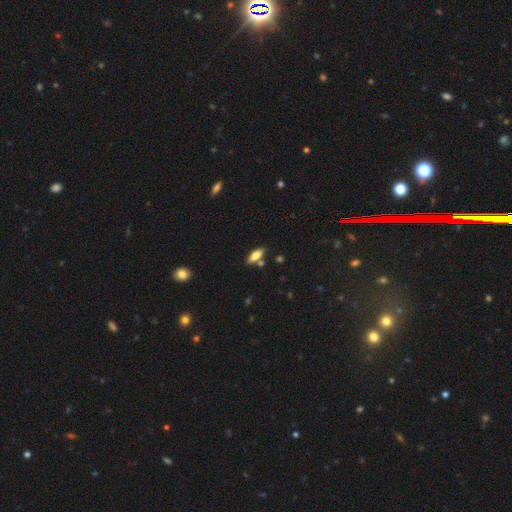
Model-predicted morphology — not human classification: A smooth galaxy with no disk features (76%) that is in between round and cigar-shaped (72%). Merging: none (76%).